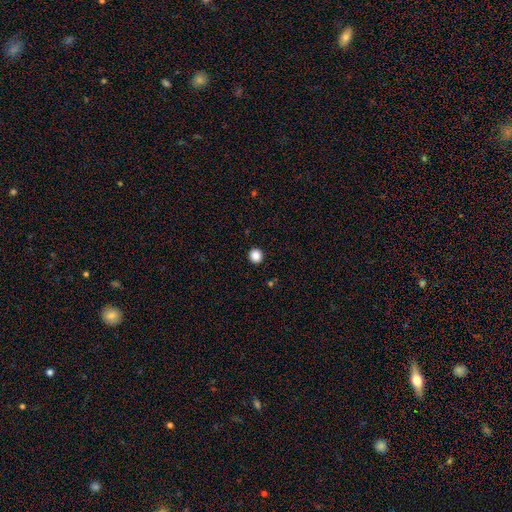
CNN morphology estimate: smooth-or-featured: smooth: 87% | star or artifact: 10% | featured or disk: 3%
  how-rounded: round: 93% | in between: 6% | cigar-shaped: 1%
  merging: none: 93% | minor disturbance: 4% | major disturbance: 2% | merger: 1%